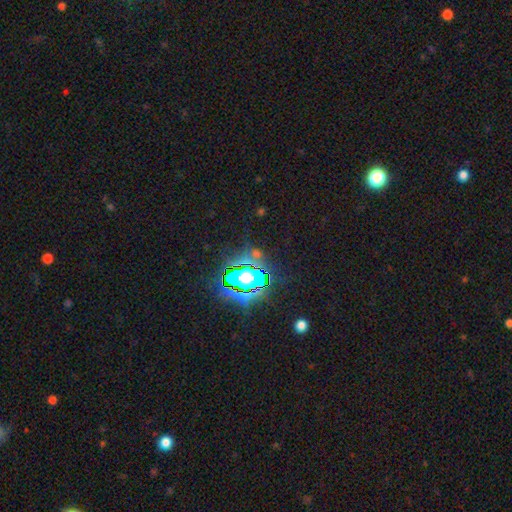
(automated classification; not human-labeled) The model was most divided on "smooth or featured": star or artifact: 71%, smooth: 17%, featured or disk: 12%.